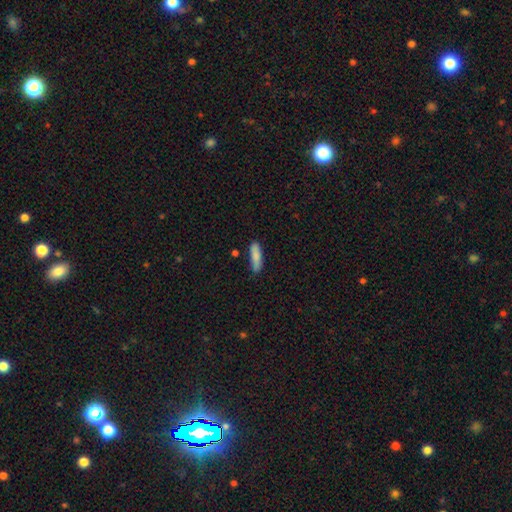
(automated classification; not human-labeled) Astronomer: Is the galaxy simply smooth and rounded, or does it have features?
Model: smooth — 84%.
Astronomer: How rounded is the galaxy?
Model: cigar-shaped — 64%.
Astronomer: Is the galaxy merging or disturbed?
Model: none — 78%.